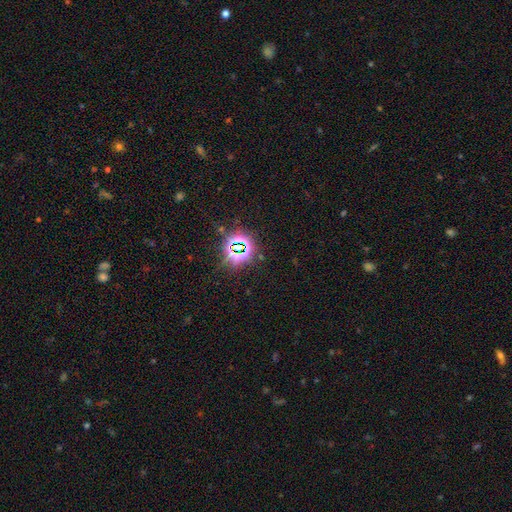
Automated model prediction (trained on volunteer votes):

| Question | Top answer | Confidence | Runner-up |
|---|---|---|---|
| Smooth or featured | star or artifact | 80% | smooth (12%) |